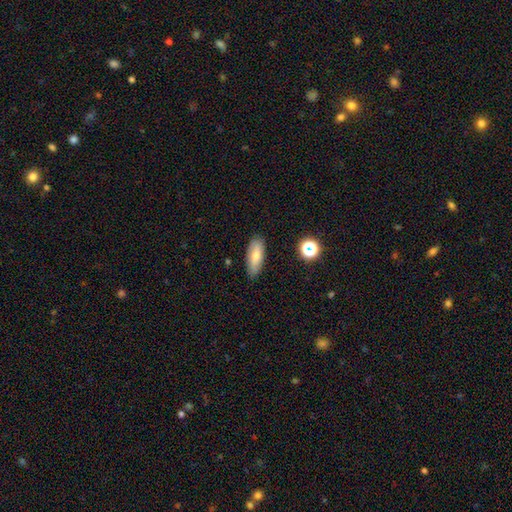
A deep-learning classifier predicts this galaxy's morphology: This is likely a smooth galaxy (74%). How rounded: likely in between (72%). Merging: clearly none (83%).